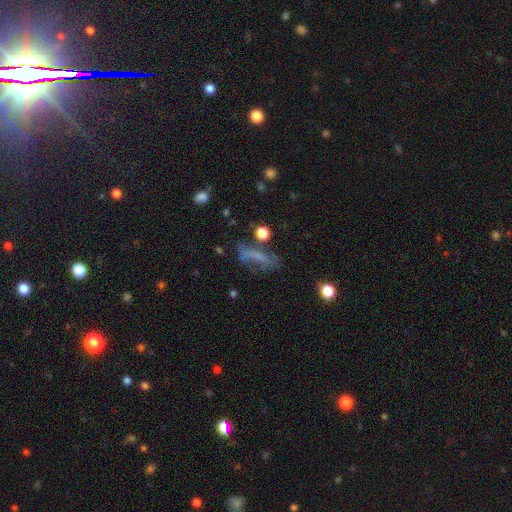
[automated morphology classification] smooth 50%, featured or disk 31%, star or artifact 18%. Down the decision tree: how rounded — cigar-shaped (49%); merging — none (46%).